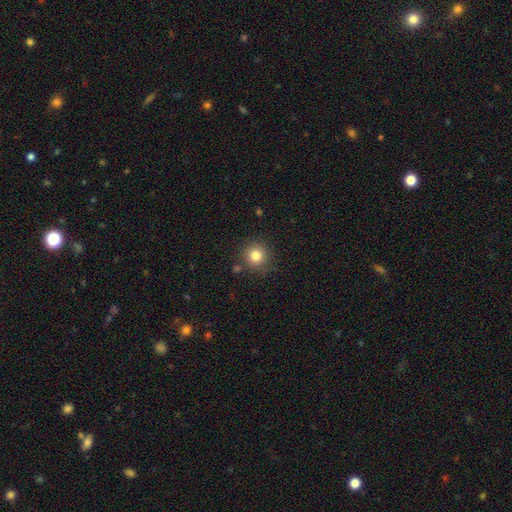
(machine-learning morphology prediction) smooth 82%, star or artifact 12%, featured or disk 6%. Down the decision tree: how rounded — round (93%); merging — none (85%).